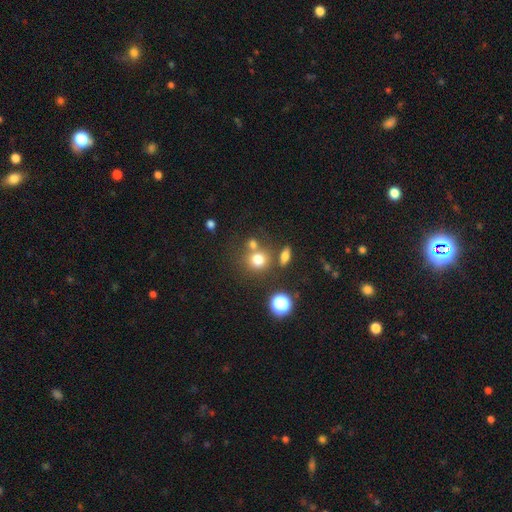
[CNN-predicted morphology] This appears to be a smooth galaxy with no disk features (64%) that is round (84%). Merging: none (61%).